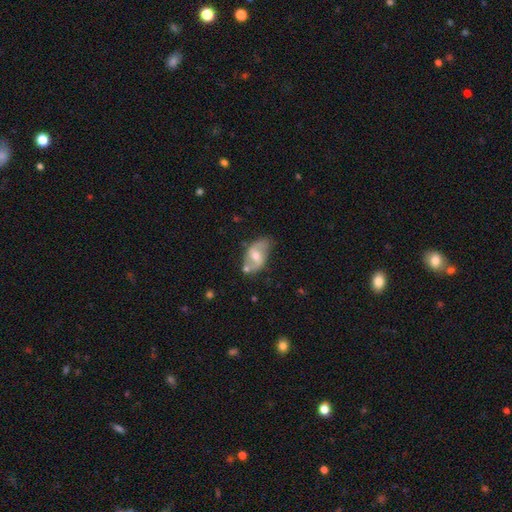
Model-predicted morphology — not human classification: A featured or disk galaxy (63%) with a weak bar (48%), spiral arms (78%) and a moderate central bulge (67%).

Vote fractions:
- Smooth or featured? featured or disk: 63% / smooth: 30% / star or artifact: 6%
- Edge-on disk? no: 94% / yes: 6%
- Bar? weak: 48% / no: 35% / strong: 17%
- Spiral arms? yes: 78% / no: 22%
- Bulge size? moderate: 67% / small: 21% / large: 8% / none: 2% / dominant: 1%
- Merging? none: 60% / minor disturbance: 24% / merger: 8% / major disturbance: 7%